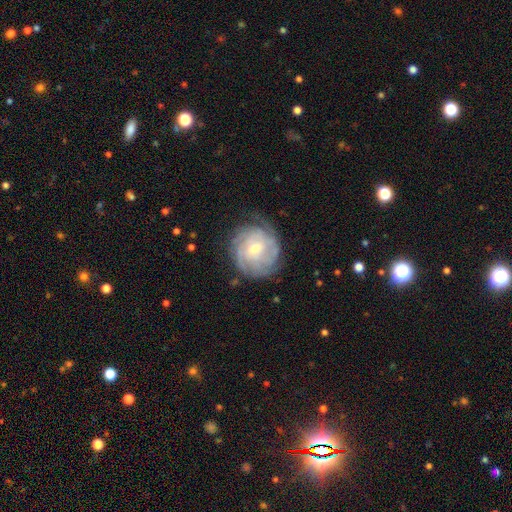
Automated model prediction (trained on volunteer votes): Smooth or featured?
  - featured or disk: 78% *
  - smooth: 16%
  - star or artifact: 6%
Edge-on disk?
  - no: 98% *
  - yes: 2%
Bar?
  - no: 48% *
  - weak: 45%
  - strong: 8%
Spiral arms?
  - yes: 92% *
  - no: 8%
Spiral winding?
  - tight: 71% *
  - medium: 23%
  - loose: 7%
Spiral arm count?
  - can't tell: 46% *
  - 3: 15%
  - 2: 14%
  - 4: 13%
  - more than 4: 6%
  - 1: 6%
Bulge size?
  - moderate: 50% *
  - small: 46%
  - large: 2%
  - none: 1%
  - dominant: 1%
Merging?
  - none: 71% *
  - minor disturbance: 19%
  - major disturbance: 8%
  - merger: 1%